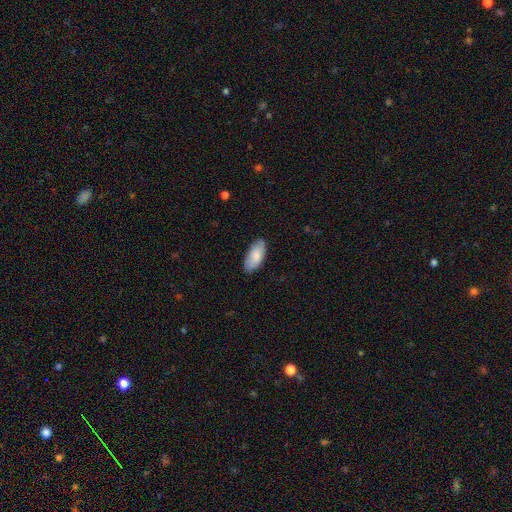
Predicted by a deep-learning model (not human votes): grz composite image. It shows a smooth galaxy with no disk features (82%) that is in between round and cigar-shaped (90%). Merging: none (81%).